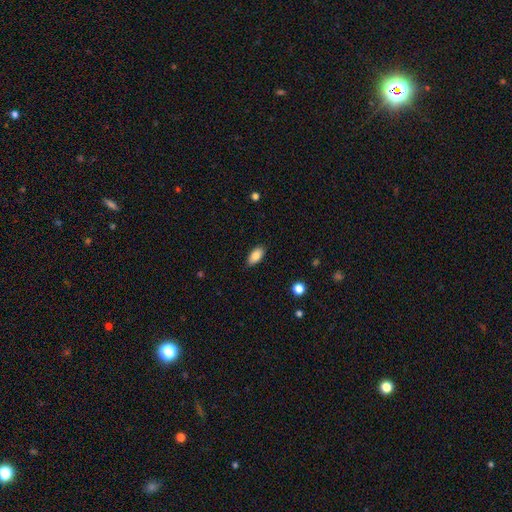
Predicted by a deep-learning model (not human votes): The model was most divided on "merging": none: 87%, minor disturbance: 10%, major disturbance: 2%, merger: 1%. More confident: how rounded — in between (92%); smooth or featured — smooth (85%).